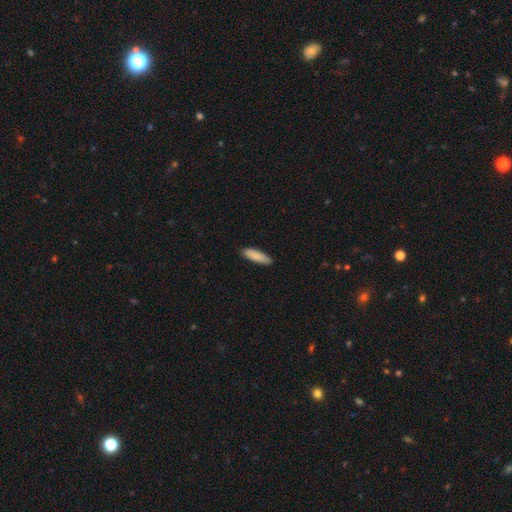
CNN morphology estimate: smooth_or_featured: smooth (p=0.89) [alt: featured or disk p=0.06]
how_rounded: cigar-shaped (p=0.55) [alt: in between p=0.43]
merging: none (p=0.88) [alt: minor disturbance p=0.09]